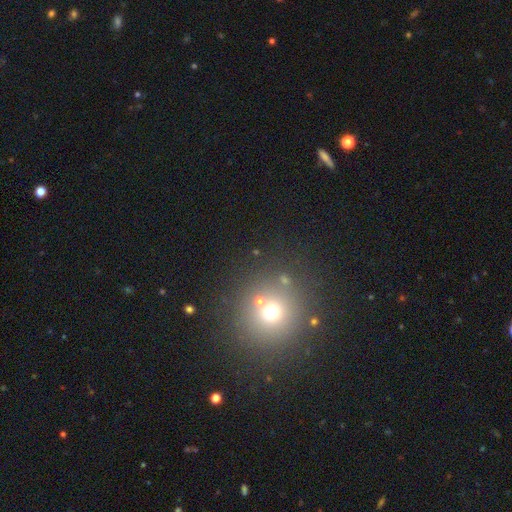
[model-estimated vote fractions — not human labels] Overall: star or artifact (46%; smooth 45%).